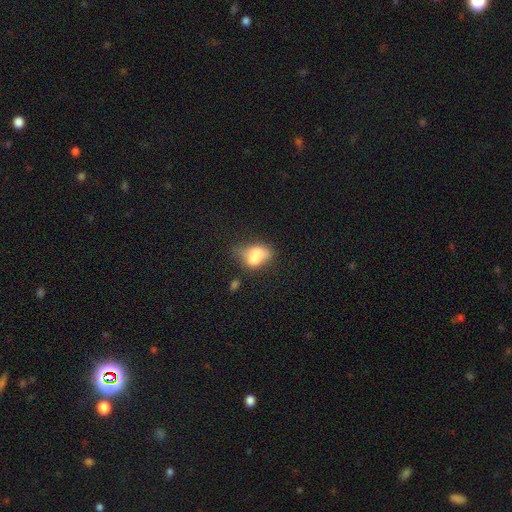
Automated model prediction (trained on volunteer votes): Smooth or featured? smooth (65%)
How rounded? in between (77%)
Merging? merger (39%)